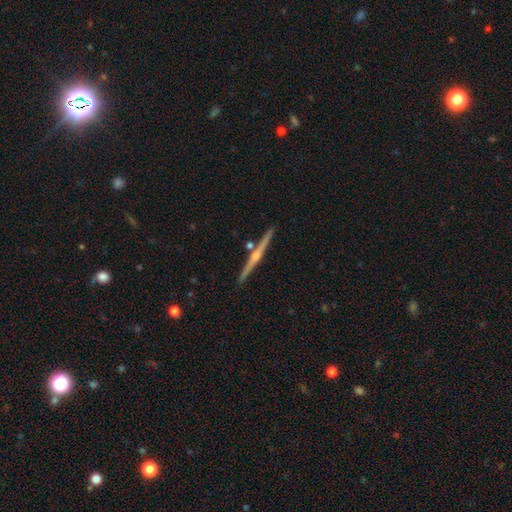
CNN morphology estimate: smooth-or-featured: featured or disk: 77% | smooth: 17% | star or artifact: 6%
  disk-edge-on: yes: 98% | no: 2%
    edge-on-bulge: rounded: 81% | none: 14% | boxy: 5%
  merging: none: 88% | minor disturbance: 6% | merger: 4% | major disturbance: 2%